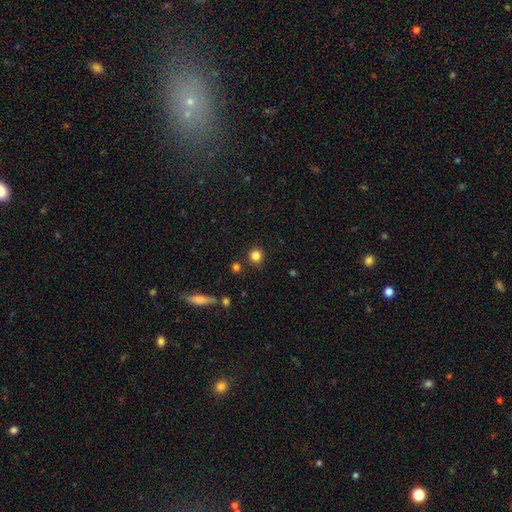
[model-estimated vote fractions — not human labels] Smooth or featured?
  - smooth: 83% *
  - star or artifact: 12%
  - featured or disk: 5%
How rounded?
  - round: 91% *
  - in between: 8%
  - cigar-shaped: 1%
Merging?
  - none: 86% *
  - minor disturbance: 7%
  - merger: 4%
  - major disturbance: 3%